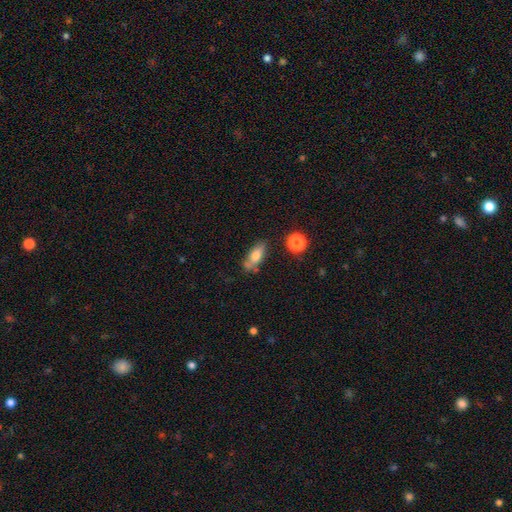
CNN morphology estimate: smooth 72%, featured or disk 19%, star or artifact 9%. Down the decision tree: how rounded — in between (76%); merging — none (58%).